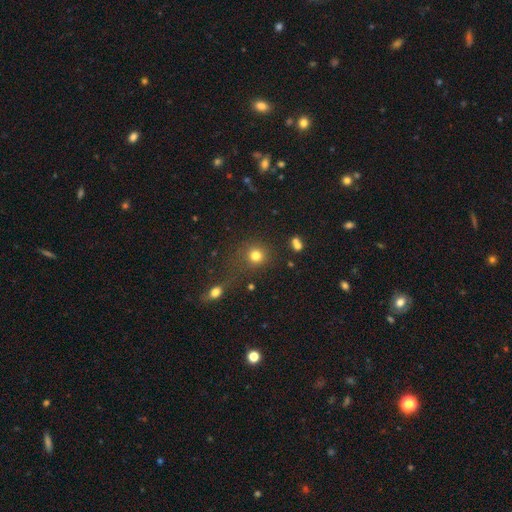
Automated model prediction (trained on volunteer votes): This is likely a smooth galaxy (78%). How rounded: clearly round (88%). Merging: likely none (71%).